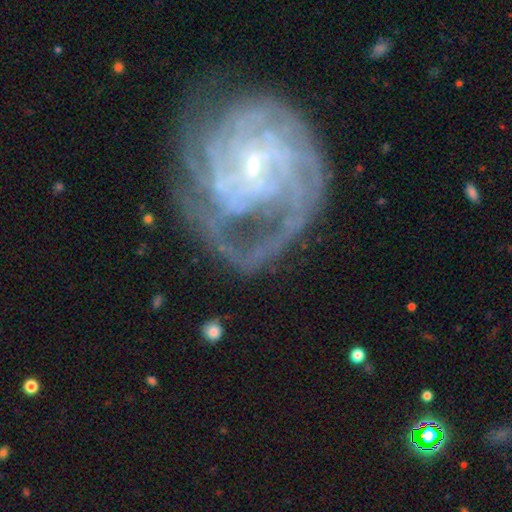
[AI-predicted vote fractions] Smooth or featured? Predicted: featured or disk (p=0.86). Edge-on disk? Predicted: no (p=0.98). Bar? Predicted: weak (p=0.44). Spiral arms? Predicted: yes (p=0.95). Spiral winding? Predicted: tight (p=0.61). Spiral arm count? Predicted: can't tell (p=0.31). Bulge size? Predicted: small (p=0.82). Merging? Predicted: none (p=0.58).